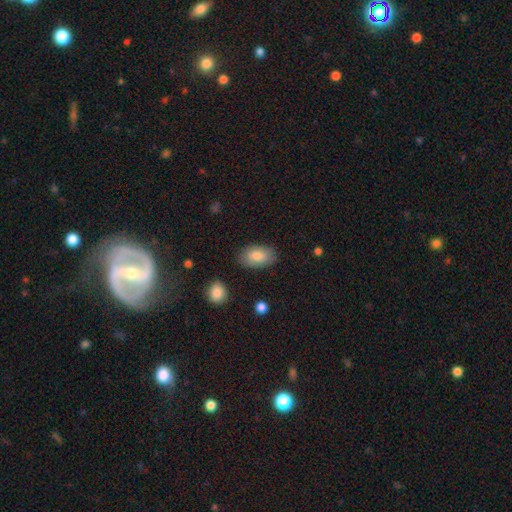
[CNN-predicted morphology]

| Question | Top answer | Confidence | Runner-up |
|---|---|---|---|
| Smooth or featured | smooth | 83% | featured or disk (10%) |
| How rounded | in between | 93% | round (5%) |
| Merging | none | 83% | minor disturbance (12%) |